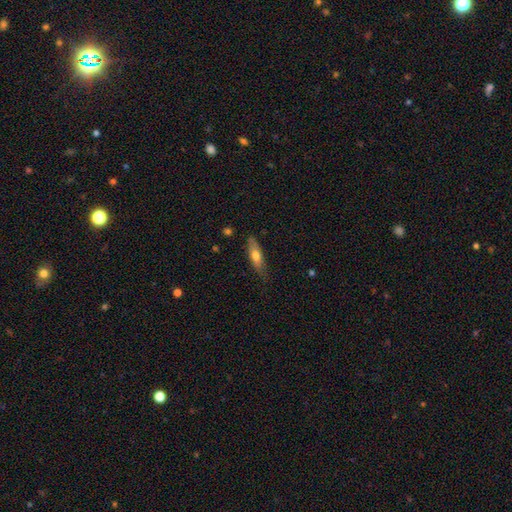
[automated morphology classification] smooth-or-featured: smooth: 64% | featured or disk: 30% | star or artifact: 6%
  how-rounded: cigar-shaped: 57% | in between: 41% | round: 2%
  merging: none: 76% | minor disturbance: 19% | major disturbance: 3% | merger: 2%